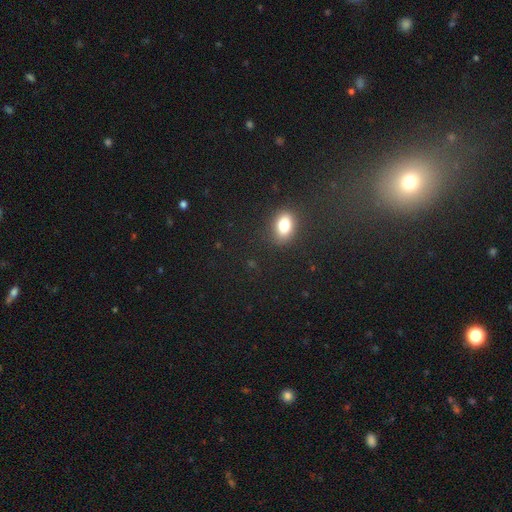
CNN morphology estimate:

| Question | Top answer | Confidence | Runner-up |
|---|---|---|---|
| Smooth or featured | star or artifact | 53% | smooth (37%) |